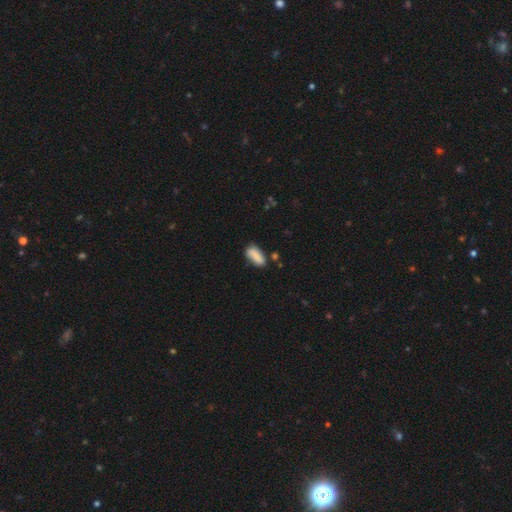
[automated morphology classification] smooth_or_featured: smooth (p=0.84) [alt: featured or disk p=0.09]
how_rounded: in between (p=0.80) [alt: cigar-shaped p=0.17]
merging: none (p=0.68) [alt: minor disturbance p=0.21]